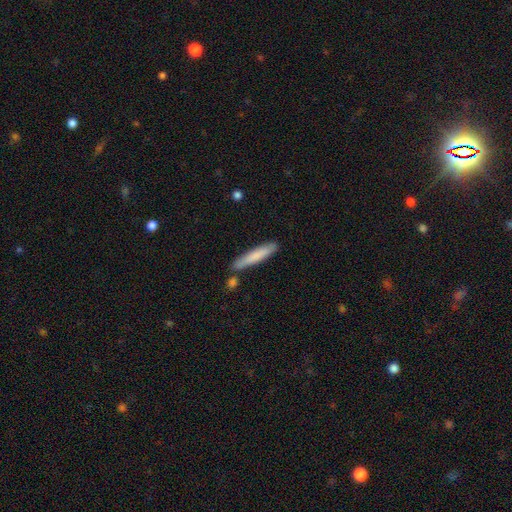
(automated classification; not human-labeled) This is likely a smooth galaxy (75%). How rounded: clearly cigar-shaped (92%). Merging: likely none (78%).